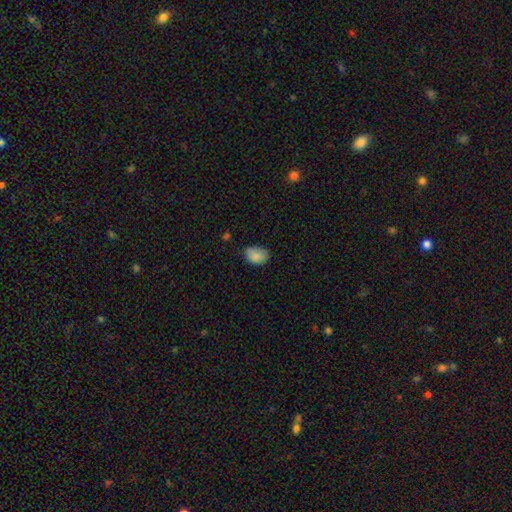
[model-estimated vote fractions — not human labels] smooth_or_featured: smooth (p=0.85) [alt: star or artifact p=0.09]
how_rounded: in between (p=0.80) [alt: round p=0.19]
merging: none (p=0.61) [alt: minor disturbance p=0.31]